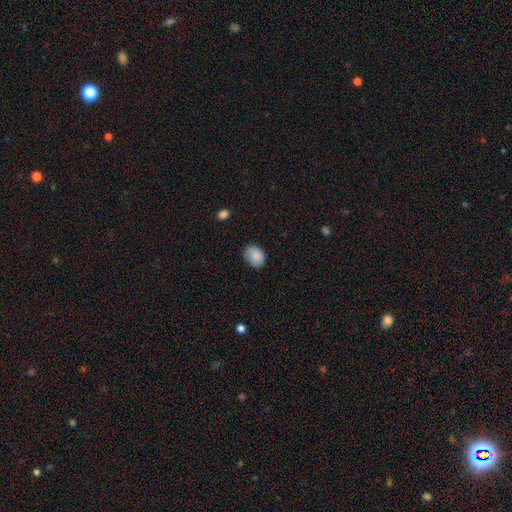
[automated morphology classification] Overall: smooth (86%). How rounded: in between (55%; round 44%). Merging: none (72%).